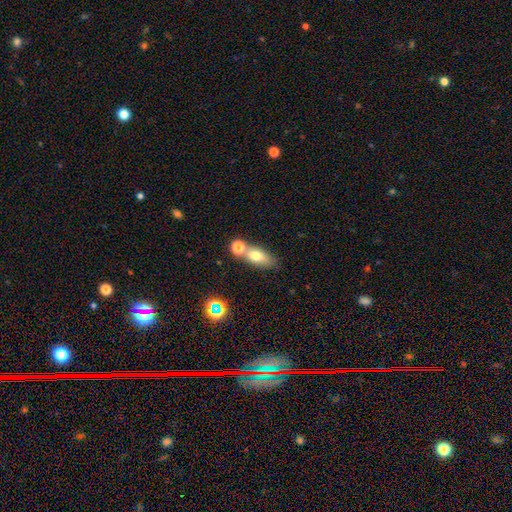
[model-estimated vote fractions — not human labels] smooth-or-featured: smooth: 70% | featured or disk: 19% | star or artifact: 11%
  how-rounded: in between: 70% | cigar-shaped: 18% | round: 13%
  merging: none: 48% | merger: 36% | minor disturbance: 12% | major disturbance: 5%